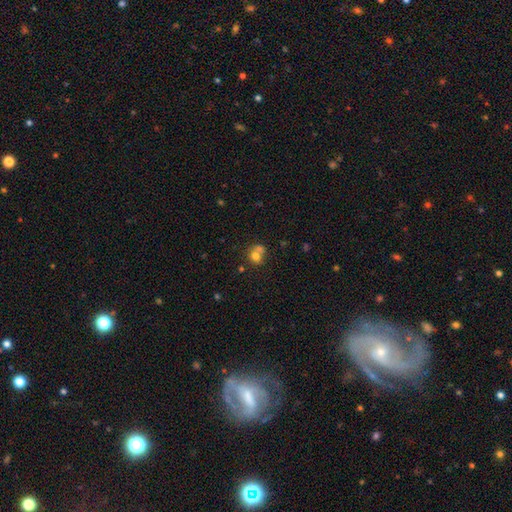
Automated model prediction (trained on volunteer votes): Overall: smooth (71%). How rounded: round (73%). Merging: merger (51%; none 35%).